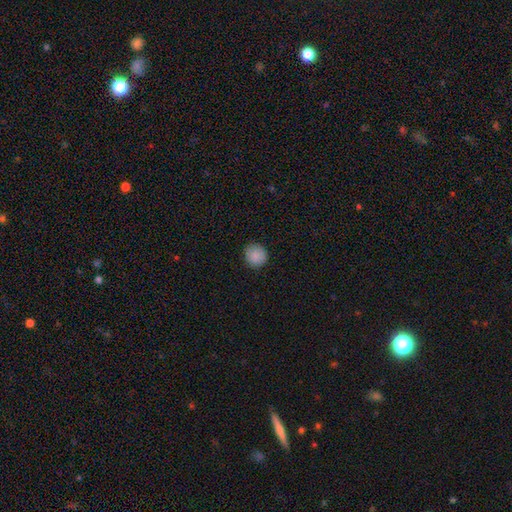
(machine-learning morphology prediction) type=smooth (88%); roundness=round (94%); merging=none (90%).